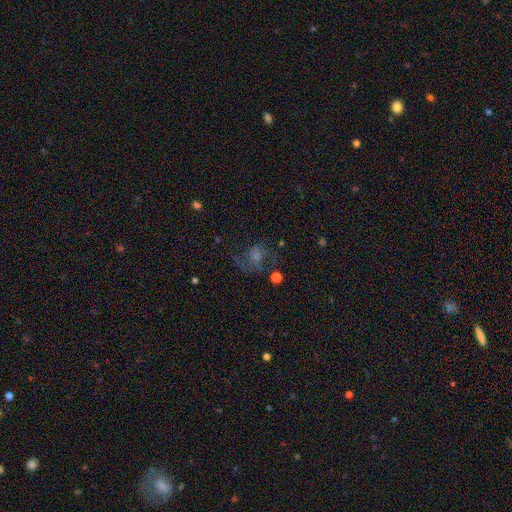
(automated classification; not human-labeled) This appears to be a featured or disk galaxy (53%) with no bar (65%), spiral arms (78%) and a small central bulge (35%). Merging: none (47%).